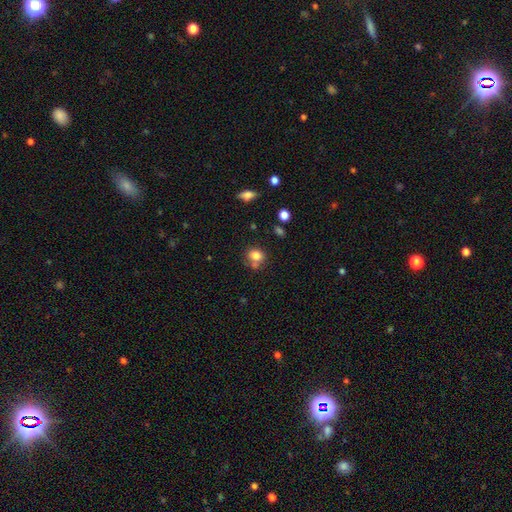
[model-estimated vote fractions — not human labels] The model was most divided on "how rounded": round: 67%, in between: 32%, cigar-shaped: 1%. More confident: smooth or featured — smooth (80%); merging — none (59%).